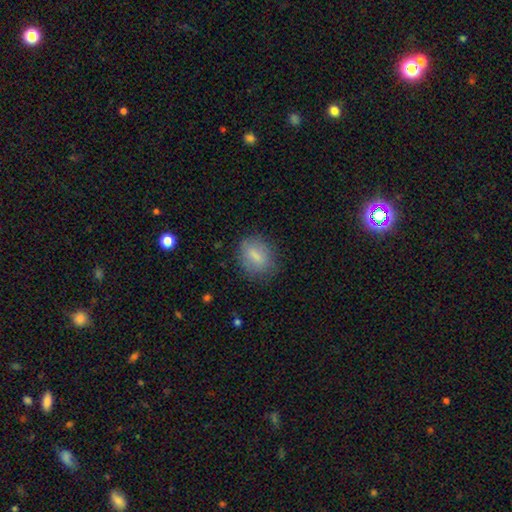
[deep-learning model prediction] A smooth galaxy with no disk features (76%) that is in between round and cigar-shaped (66%). Merging: none (75%).